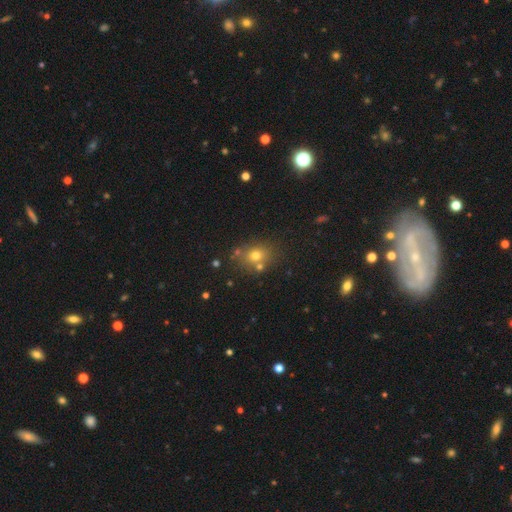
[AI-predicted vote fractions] Smooth or featured?
  - smooth: 68% *
  - star or artifact: 18%
  - featured or disk: 14%
How rounded?
  - round: 59% *
  - in between: 39%
  - cigar-shaped: 1%
Merging?
  - none: 68% *
  - merger: 15%
  - minor disturbance: 12%
  - major disturbance: 4%